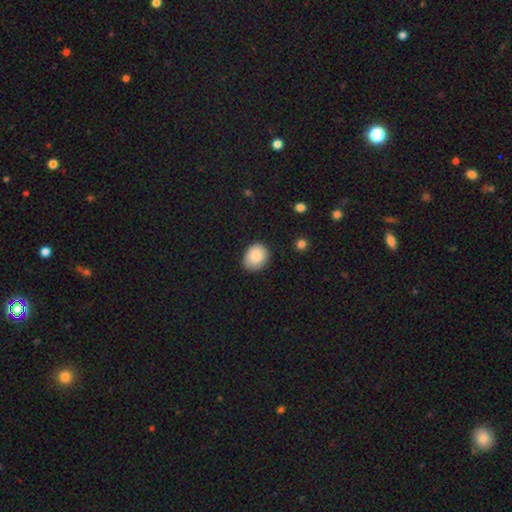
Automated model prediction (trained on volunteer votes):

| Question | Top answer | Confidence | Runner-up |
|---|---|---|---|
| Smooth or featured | smooth | 87% | star or artifact (7%) |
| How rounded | round | 53% | in between (47%) |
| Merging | none | 80% | minor disturbance (16%) |